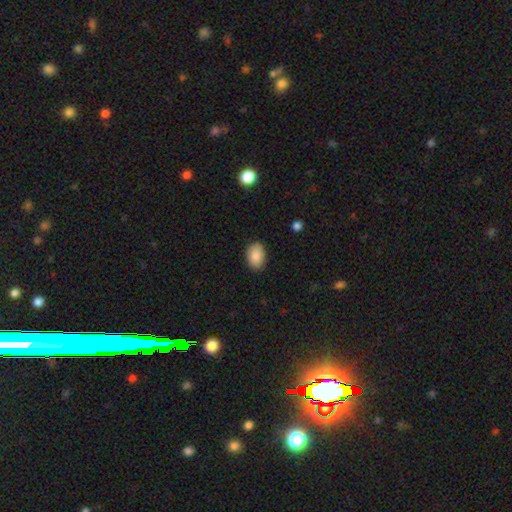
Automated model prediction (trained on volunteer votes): Smooth or featured? Predicted: smooth (p=0.87). How rounded? Predicted: in between (p=0.84). Merging? Predicted: none (p=0.85).